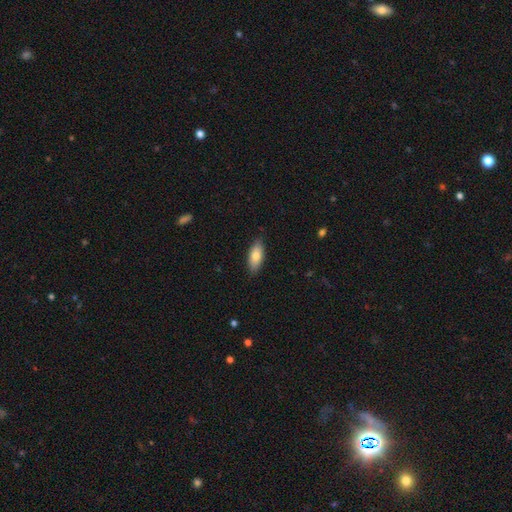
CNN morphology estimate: Smooth or featured? smooth (79%)
How rounded? in between (84%)
Merging? none (84%)